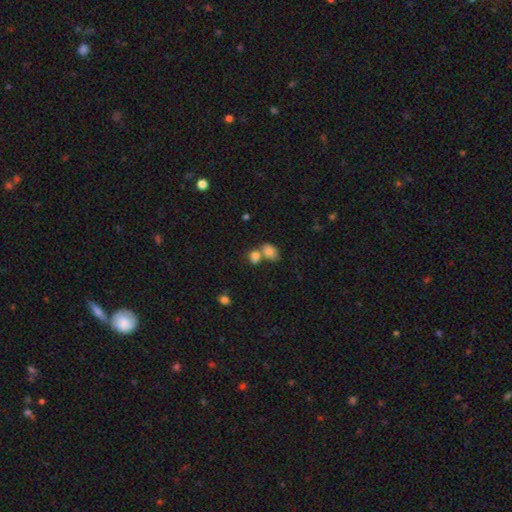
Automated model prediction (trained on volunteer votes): A smooth galaxy with no disk features (80%) that is in between round and cigar-shaped (59%).

Vote fractions:
- Smooth or featured? smooth: 80% / star or artifact: 11% / featured or disk: 9%
- How rounded? in between: 59% / round: 39% / cigar-shaped: 2%
- Merging? merger: 52% / none: 35% / minor disturbance: 9% / major disturbance: 4%